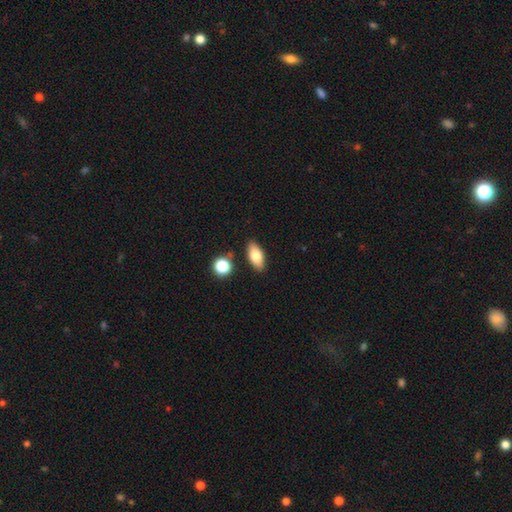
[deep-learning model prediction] A smooth galaxy with no disk features (75%) that is in between round and cigar-shaped (83%).

Vote fractions:
- Smooth or featured? smooth: 75% / featured or disk: 17% / star or artifact: 8%
- How rounded? in between: 83% / cigar-shaped: 12% / round: 5%
- Merging? none: 85% / minor disturbance: 9% / merger: 4% / major disturbance: 2%